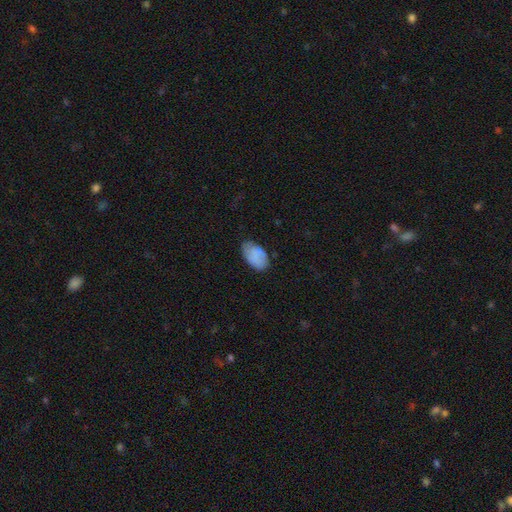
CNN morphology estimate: Smooth or featured? Predicted: smooth (p=0.81). How rounded? Predicted: in between (p=0.93). Merging? Predicted: none (p=0.66).